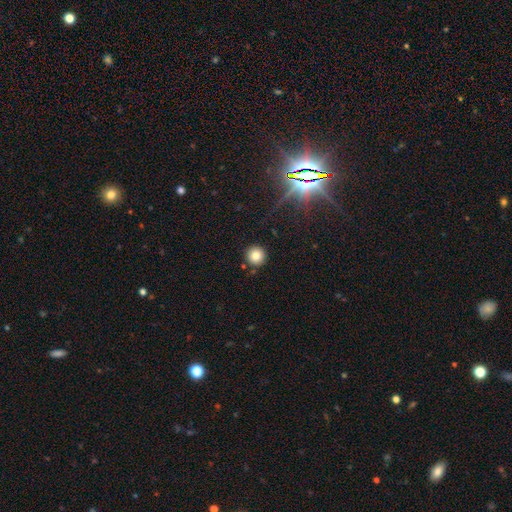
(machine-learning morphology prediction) smooth_or_featured: smooth (p=0.80) [alt: star or artifact p=0.13]
how_rounded: round (p=0.95) [alt: in between p=0.04]
merging: none (p=0.89) [alt: minor disturbance p=0.06]